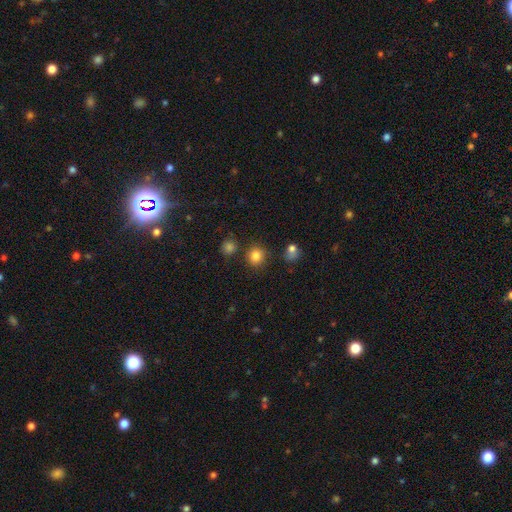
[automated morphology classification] Smooth or featured? Predicted: smooth (p=0.83). How rounded? Predicted: round (p=0.86). Merging? Predicted: none (p=0.81).